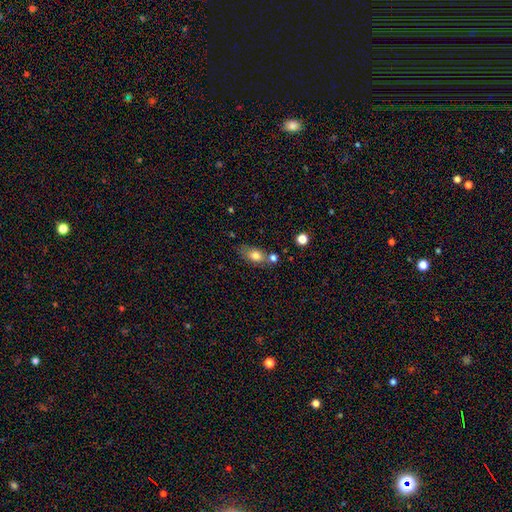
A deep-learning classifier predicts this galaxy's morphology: smooth 76%, featured or disk 15%, star or artifact 9%. Down the decision tree: how rounded — in between (78%); merging — none (54%).